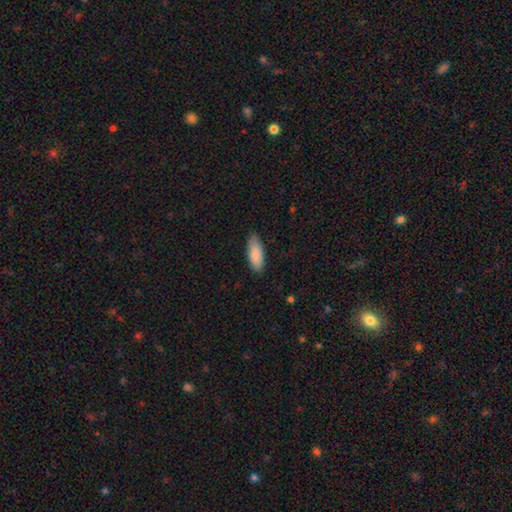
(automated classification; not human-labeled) Overall: smooth (87%). How rounded: in between (76%). Merging: none (85%).